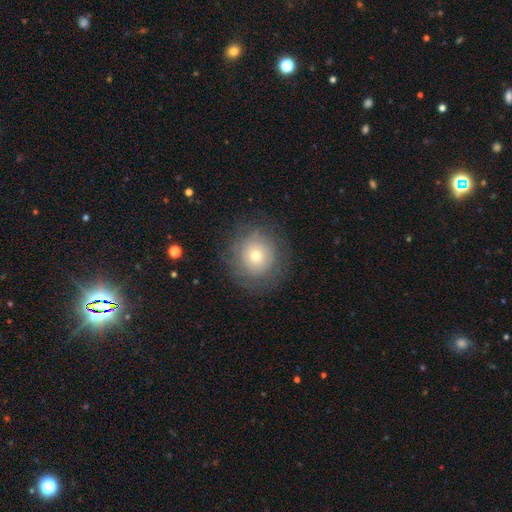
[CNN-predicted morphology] smooth-or-featured: smooth: 48% | featured or disk: 40% | star or artifact: 12%
  merging: none: 81% | minor disturbance: 12% | major disturbance: 6% | merger: 1%